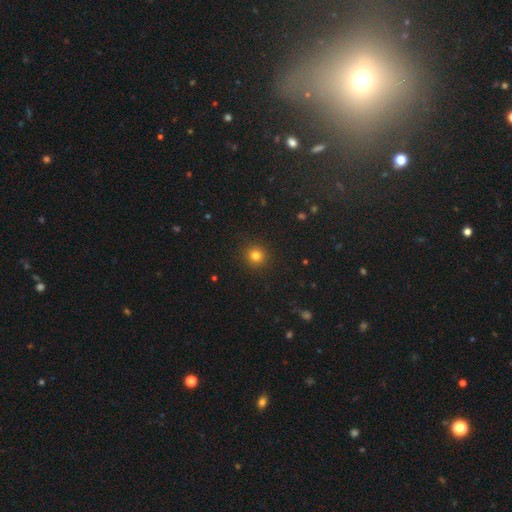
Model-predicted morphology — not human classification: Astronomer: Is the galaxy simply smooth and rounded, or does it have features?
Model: smooth — 81%.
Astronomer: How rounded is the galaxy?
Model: round — 92%.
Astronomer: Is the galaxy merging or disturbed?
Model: none — 92%.